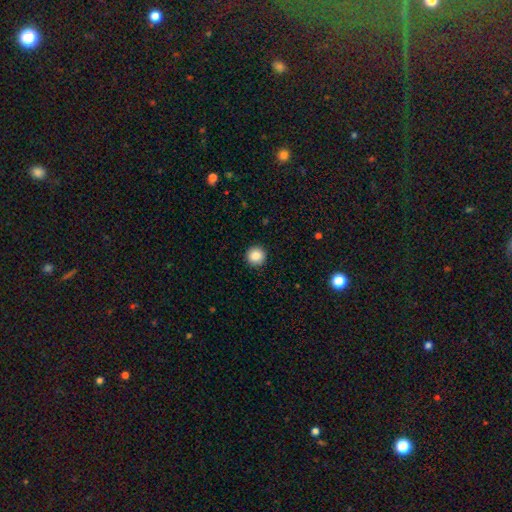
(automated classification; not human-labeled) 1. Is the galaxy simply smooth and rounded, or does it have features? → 88% smooth, 9% star or artifact, 3% featured or disk.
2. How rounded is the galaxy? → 96% round, 3% in between, 1% cigar-shaped.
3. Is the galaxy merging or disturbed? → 93% none, 5% minor disturbance, 2% major disturbance, 1% merger.